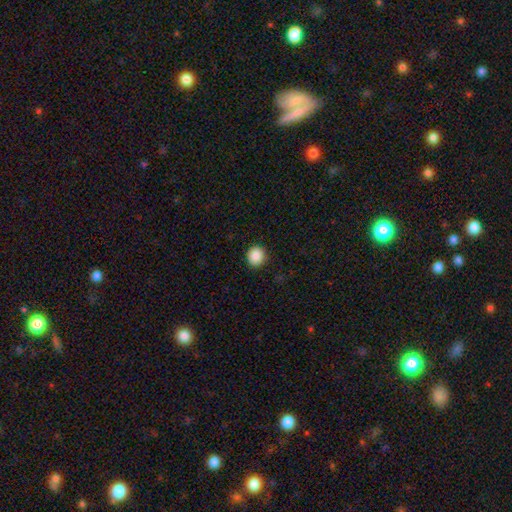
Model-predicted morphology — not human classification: This is clearly a smooth galaxy (88%). How rounded: clearly round (90%). Merging: clearly none (92%).